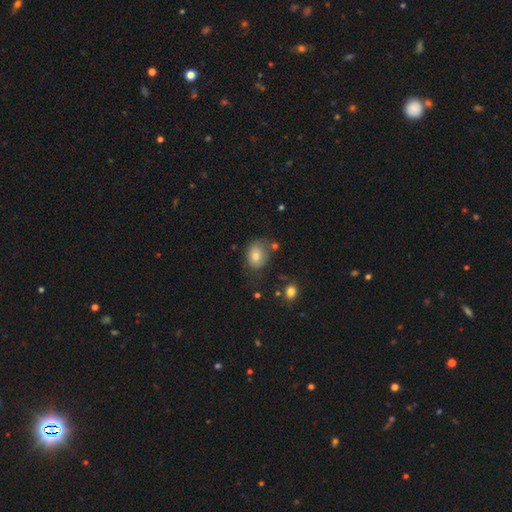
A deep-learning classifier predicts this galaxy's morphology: This appears to be a smooth galaxy with no disk features (77%) that is in between round and cigar-shaped (54%). Merging: none (60%).